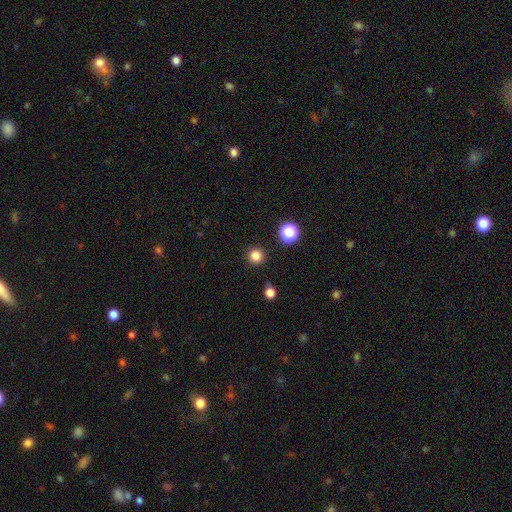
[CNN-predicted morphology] Overall: smooth (82%). How rounded: round (96%). Merging: none (92%).